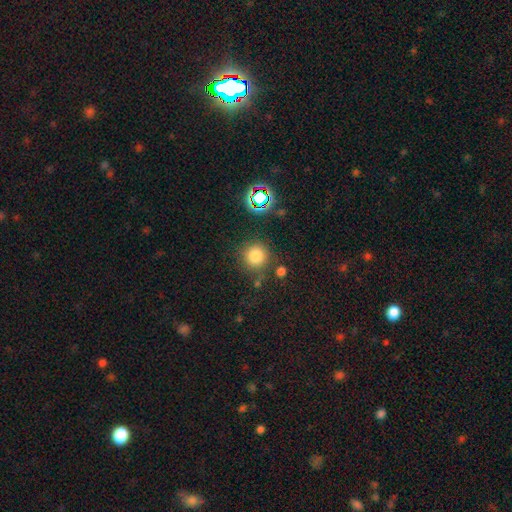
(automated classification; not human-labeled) smooth-or-featured: smooth: 77% | star or artifact: 17% | featured or disk: 6%
  how-rounded: round: 93% | in between: 6% | cigar-shaped: 1%
  merging: none: 79% | minor disturbance: 11% | merger: 6% | major disturbance: 5%